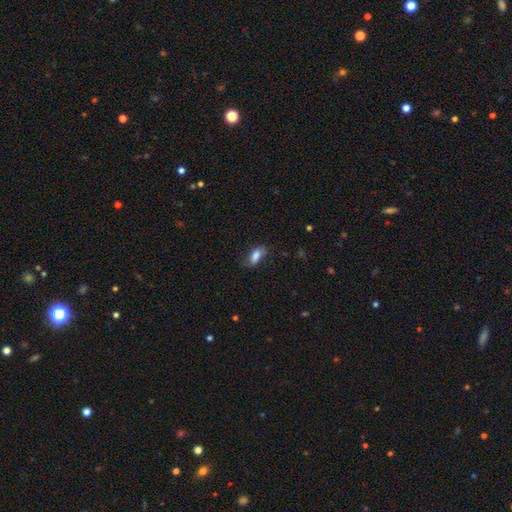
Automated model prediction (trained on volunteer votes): Smooth or featured? Predicted: smooth (p=0.81). How rounded? Predicted: in between (p=0.83). Merging? Predicted: none (p=0.67).